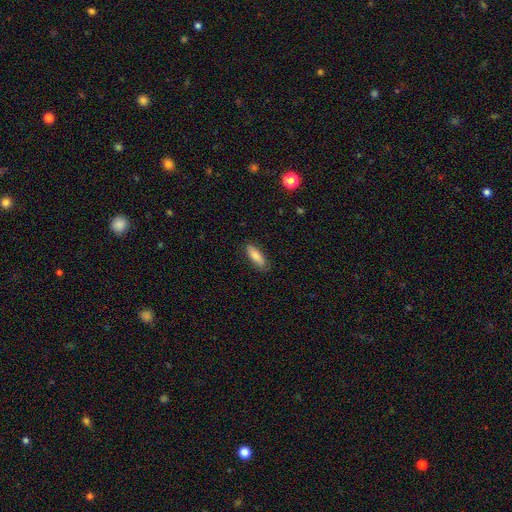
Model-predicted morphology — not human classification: smooth-or-featured: smooth: 83% | featured or disk: 11% | star or artifact: 6%
  how-rounded: in between: 59% | cigar-shaped: 39% | round: 2%
  merging: none: 84% | minor disturbance: 13% | major disturbance: 2% | merger: 1%